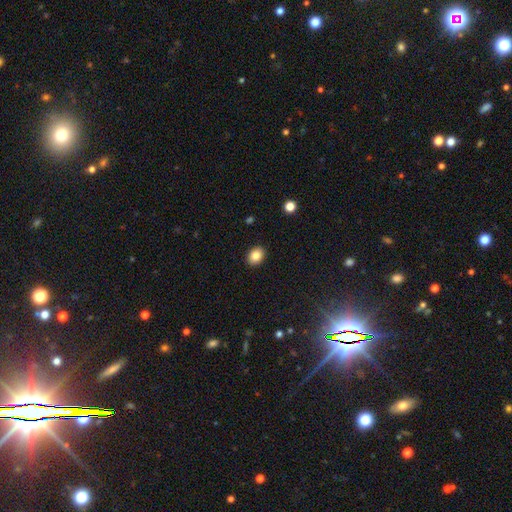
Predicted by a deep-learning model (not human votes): The model was most divided on "how rounded": in between: 64%, round: 35%, cigar-shaped: 1%. More confident: merging — none (91%); smooth or featured — smooth (85%).